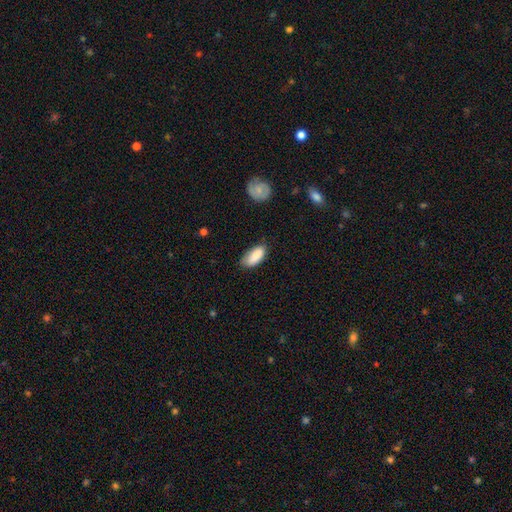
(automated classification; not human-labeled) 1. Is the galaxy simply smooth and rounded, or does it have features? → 86% smooth, 8% featured or disk, 6% star or artifact.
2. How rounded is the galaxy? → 85% in between, 13% cigar-shaped, 2% round.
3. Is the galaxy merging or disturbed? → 65% none, 28% minor disturbance, 5% major disturbance, 2% merger.